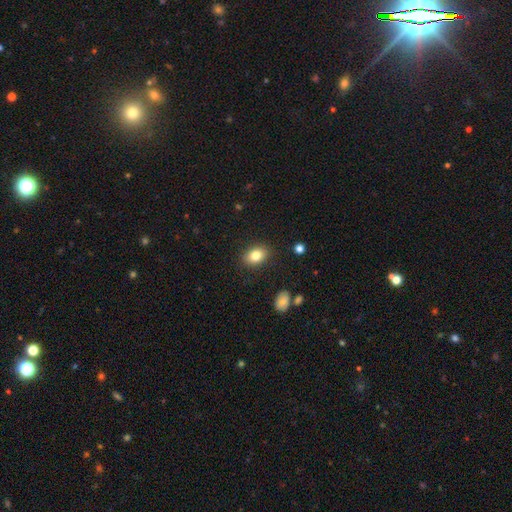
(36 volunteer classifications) Smooth or featured? 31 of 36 (86%) said smooth. How rounded? 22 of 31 (71%) said in between. Merging? 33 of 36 (92%) said none.